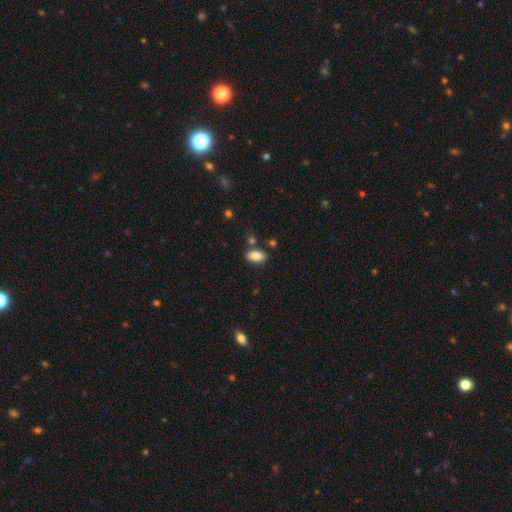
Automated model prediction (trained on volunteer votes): smooth 84%, featured or disk 8%, star or artifact 8%. Down the decision tree: how rounded — in between (92%); merging — none (80%).